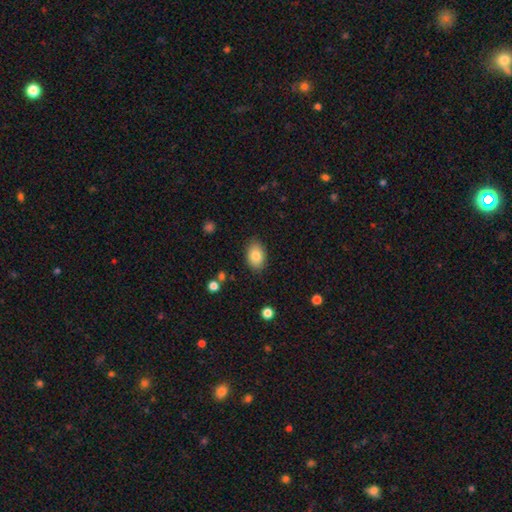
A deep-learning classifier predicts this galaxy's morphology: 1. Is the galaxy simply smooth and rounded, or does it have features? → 83% smooth, 10% featured or disk, 8% star or artifact.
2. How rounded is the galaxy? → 83% in between, 16% round, 1% cigar-shaped.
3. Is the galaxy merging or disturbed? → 85% none, 11% minor disturbance, 3% major disturbance, 1% merger.